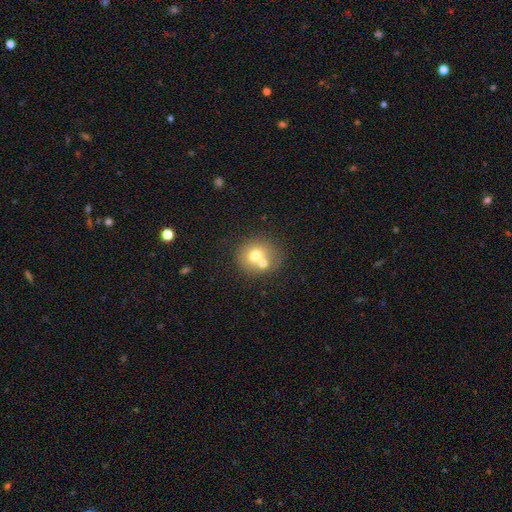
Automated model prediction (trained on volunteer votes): Smooth or featured: smooth — 67% (featured or disk — 22%)
How rounded: round — 82% (in between — 17%)
Merging: none — 46% (merger — 44%)